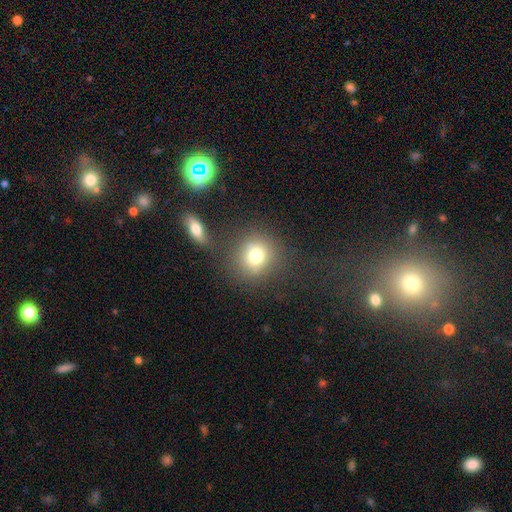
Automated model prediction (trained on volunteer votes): This appears to be a smooth galaxy with no disk features (76%) that is round (85%). Merging: none (74%).